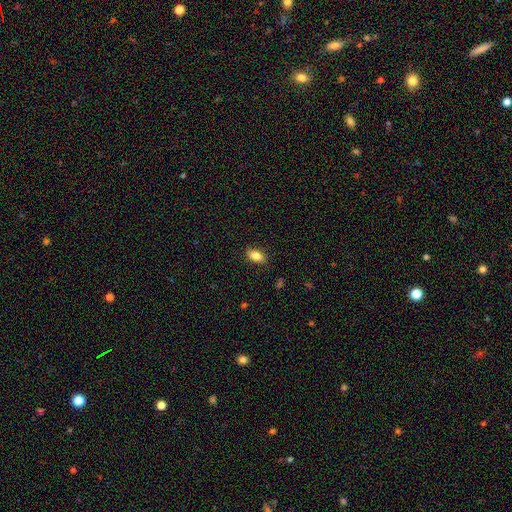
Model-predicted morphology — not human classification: type=smooth (84%); roundness=in between (90%); merging=none (88%).